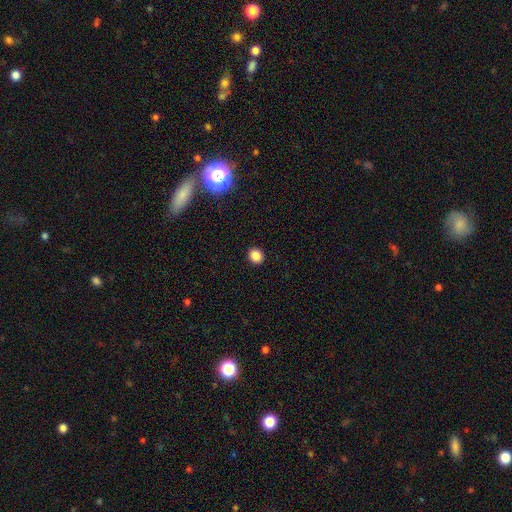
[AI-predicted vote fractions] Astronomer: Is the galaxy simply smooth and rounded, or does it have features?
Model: smooth — 86%.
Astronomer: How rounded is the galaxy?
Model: round — 80%.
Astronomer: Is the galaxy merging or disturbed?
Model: none — 92%.